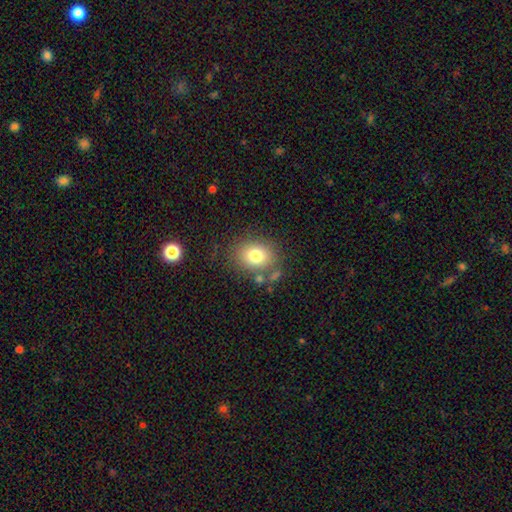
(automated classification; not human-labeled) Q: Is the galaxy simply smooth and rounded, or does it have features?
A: smooth — 78%.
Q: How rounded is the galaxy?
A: round — 53%.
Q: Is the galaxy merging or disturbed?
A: none — 74%.